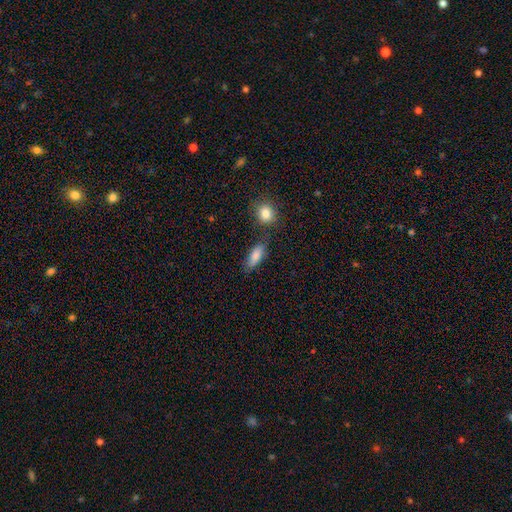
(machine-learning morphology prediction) type=smooth (83%); roundness=in between (71%); merging=none (69%).